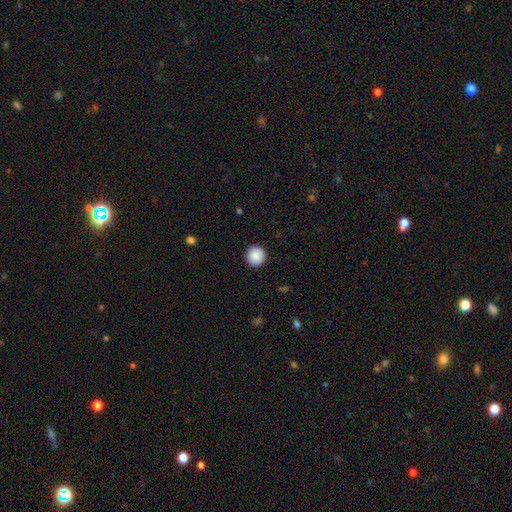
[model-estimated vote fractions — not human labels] The model was most divided on "smooth or featured": smooth: 89%, star or artifact: 8%, featured or disk: 3%. More confident: how rounded — round (96%); merging — none (93%).